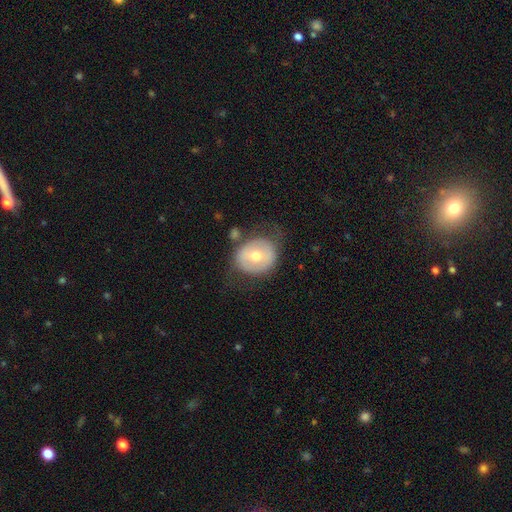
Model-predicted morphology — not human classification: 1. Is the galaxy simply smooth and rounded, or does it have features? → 49% smooth, 44% featured or disk, 7% star or artifact.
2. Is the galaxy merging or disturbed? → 63% none, 20% minor disturbance, 11% major disturbance, 6% merger.